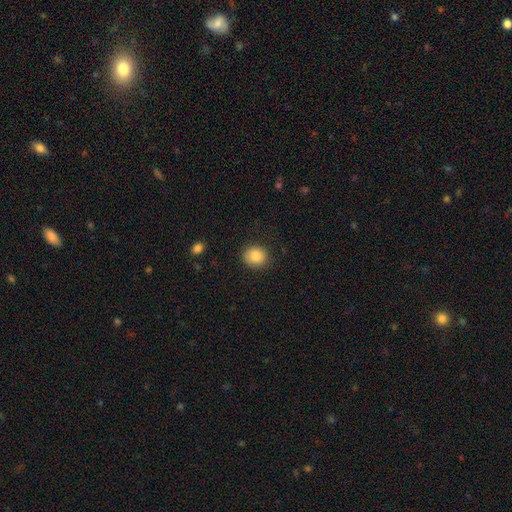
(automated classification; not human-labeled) Morphology: type=smooth (85%); roundness=round (79%); merging=none (87%).